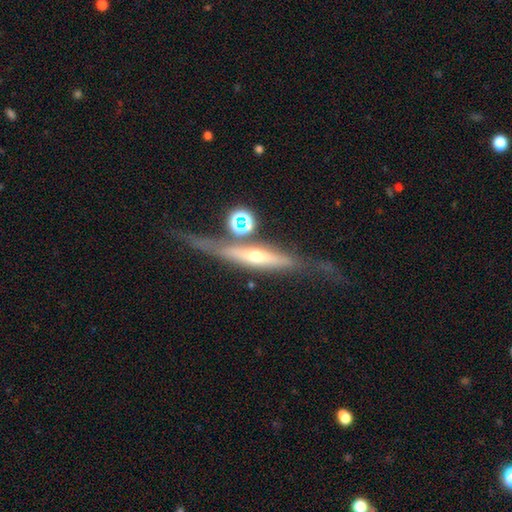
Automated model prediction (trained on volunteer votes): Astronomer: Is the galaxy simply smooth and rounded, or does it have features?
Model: featured or disk — 74%.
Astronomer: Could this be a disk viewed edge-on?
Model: yes — 87%.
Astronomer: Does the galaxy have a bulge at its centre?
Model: rounded — 81%.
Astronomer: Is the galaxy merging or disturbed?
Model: none — 58%.